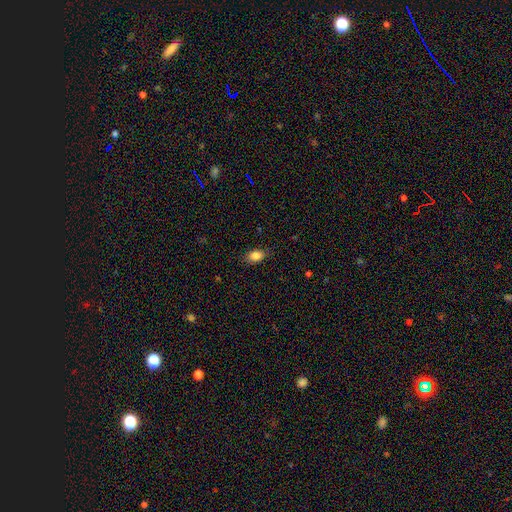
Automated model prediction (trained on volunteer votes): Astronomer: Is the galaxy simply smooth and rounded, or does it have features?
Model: smooth — 85%.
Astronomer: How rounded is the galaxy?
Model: in between — 81%.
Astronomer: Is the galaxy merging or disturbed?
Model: none — 82%.